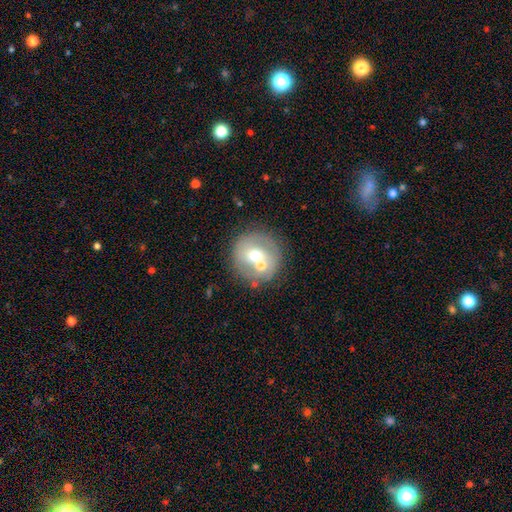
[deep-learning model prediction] A smooth galaxy with no disk features (54%) that is round (92%).

Vote fractions:
- Smooth or featured? smooth: 54% / featured or disk: 36% / star or artifact: 10%
- How rounded? round: 92% / in between: 7% / cigar-shaped: 1%
- Merging? none: 58% / merger: 28% / minor disturbance: 10% / major disturbance: 4%